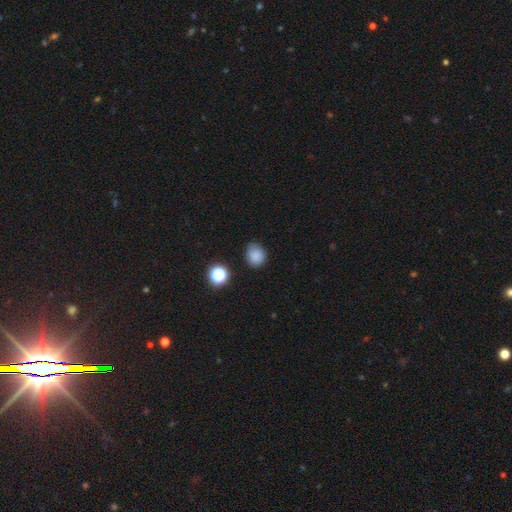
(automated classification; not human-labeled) Morphology: type=smooth (82%); roundness=round (68%); merging=none (75%).